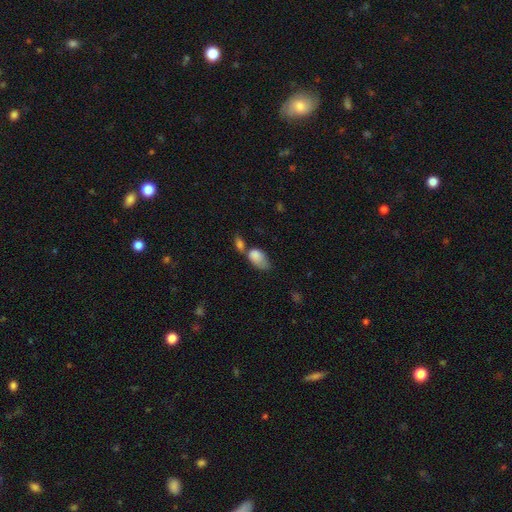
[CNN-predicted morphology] Overall: smooth (83%). How rounded: in between (90%). Merging: merger (47%; none 22%).